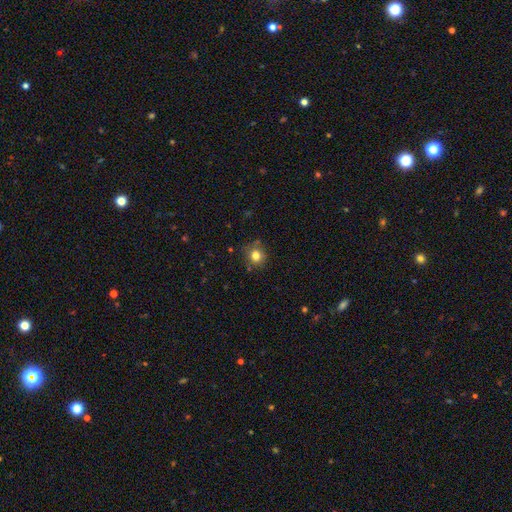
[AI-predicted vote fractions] smooth-or-featured: smooth: 80% | star or artifact: 13% | featured or disk: 7%
  how-rounded: round: 88% | in between: 11% | cigar-shaped: 1%
  merging: none: 80% | minor disturbance: 13% | merger: 3% | major disturbance: 3%